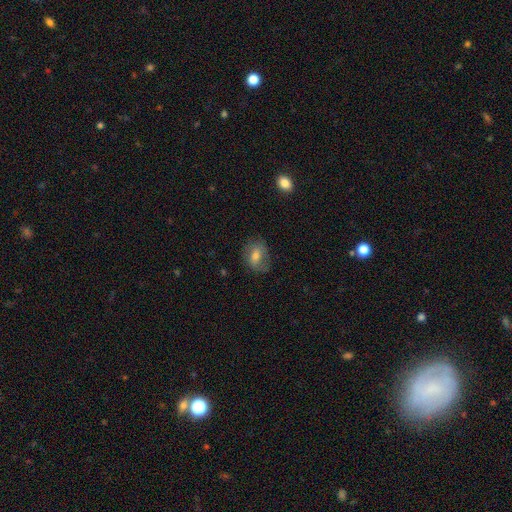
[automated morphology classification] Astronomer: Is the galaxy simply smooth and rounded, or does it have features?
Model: smooth — 64%.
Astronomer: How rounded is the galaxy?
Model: in between — 59% (runner-up: round, 40%).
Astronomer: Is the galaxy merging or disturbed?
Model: none — 72%.